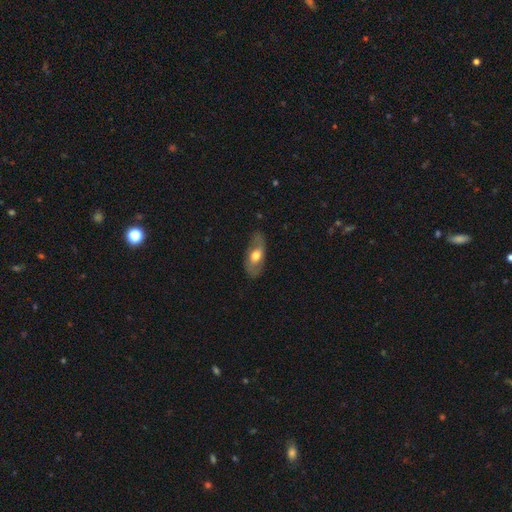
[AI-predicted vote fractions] smooth-or-featured: featured or disk: 49% | smooth: 46% | star or artifact: 6%
  merging: none: 73% | minor disturbance: 20% | major disturbance: 6% | merger: 1%